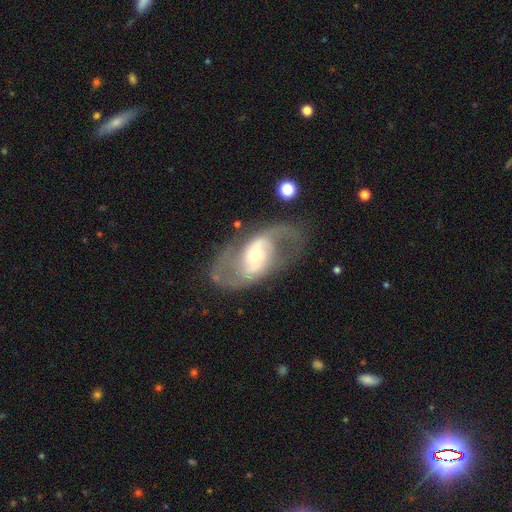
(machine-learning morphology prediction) Smooth or featured?
  - featured or disk: 83% *
  - smooth: 11%
  - star or artifact: 6%
Edge-on disk?
  - no: 95% *
  - yes: 5%
Bar?
  - no: 44% *
  - weak: 34%
  - strong: 22%
Spiral arms?
  - yes: 88% *
  - no: 12%
Spiral winding?
  - medium: 46% *
  - loose: 39%
  - tight: 15%
Spiral arm count?
  - 2: 88% *
  - can't tell: 6%
  - 1: 3%
  - 3: 2%
  - 4: 1%
  - more than 4: 1%
Bulge size?
  - small: 49% *
  - moderate: 42%
  - large: 6%
  - dominant: 2%
  - none: 1%
Merging?
  - none: 69% *
  - minor disturbance: 15%
  - major disturbance: 14%
  - merger: 2%